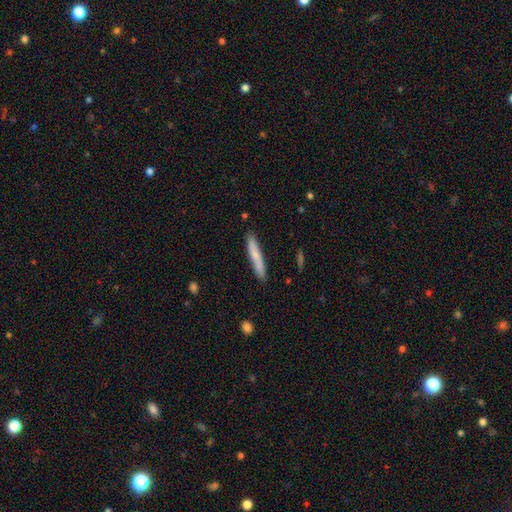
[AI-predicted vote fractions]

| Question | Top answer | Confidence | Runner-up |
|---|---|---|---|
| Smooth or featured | smooth | 69% | featured or disk (26%) |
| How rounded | cigar-shaped | 94% | in between (4%) |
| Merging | none | 87% | minor disturbance (10%) |